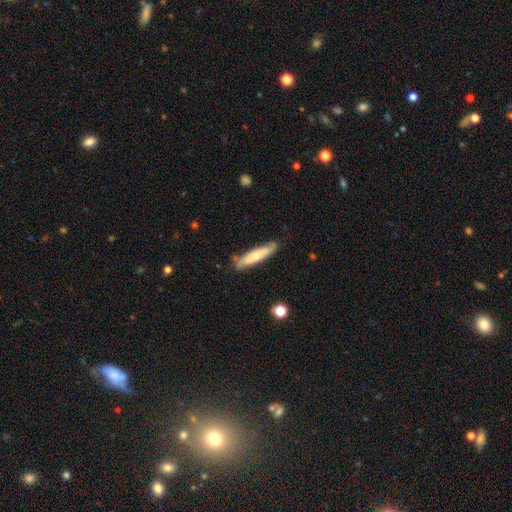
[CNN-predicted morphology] Smooth or featured?
  - smooth: 57% *
  - featured or disk: 38%
  - star or artifact: 6%
How rounded?
  - cigar-shaped: 79% *
  - in between: 20%
  - round: 2%
Merging?
  - none: 78% *
  - minor disturbance: 16%
  - major disturbance: 3%
  - merger: 2%